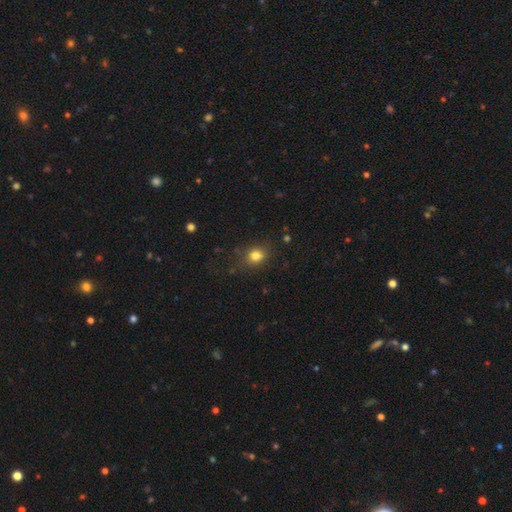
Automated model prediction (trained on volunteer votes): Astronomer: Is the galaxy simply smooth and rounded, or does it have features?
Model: smooth — 80%.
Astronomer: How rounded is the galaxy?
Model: round — 63%.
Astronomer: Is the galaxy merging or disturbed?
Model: none — 78%.